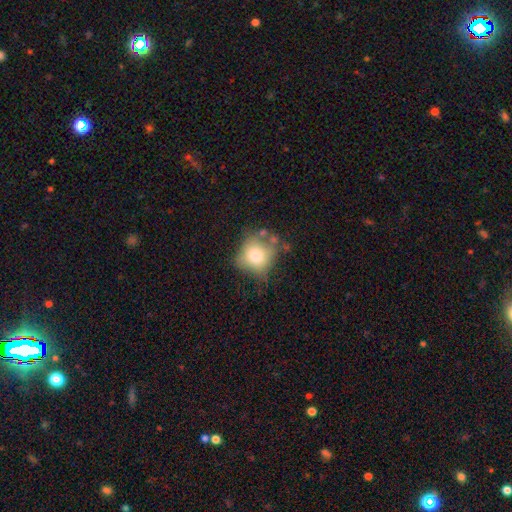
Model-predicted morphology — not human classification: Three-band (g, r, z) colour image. It shows a smooth galaxy with no disk features (72%) that is round (75%). Merging: none (45%).